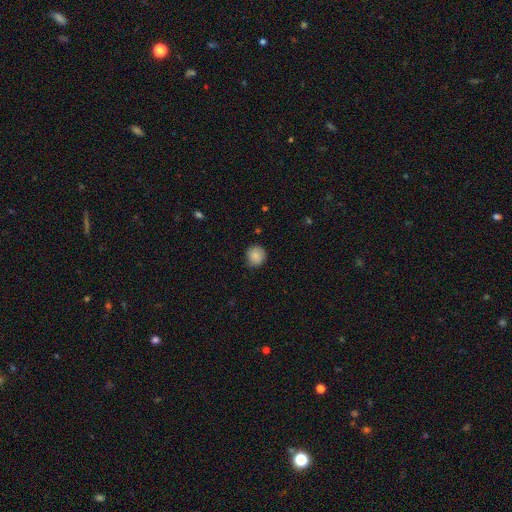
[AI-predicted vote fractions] Smooth or featured? smooth (87%)
How rounded? round (89%)
Merging? none (86%)